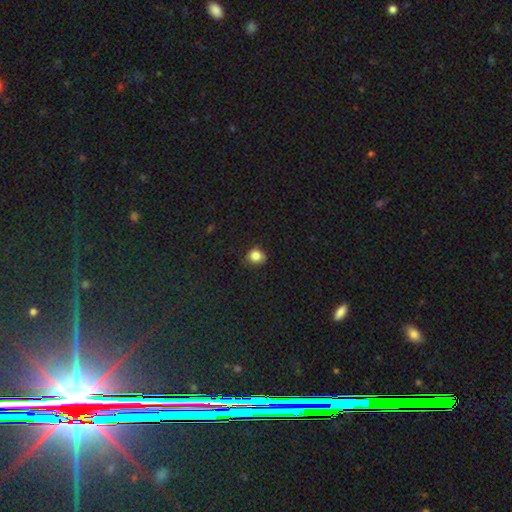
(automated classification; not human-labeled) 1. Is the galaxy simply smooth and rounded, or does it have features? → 84% smooth, 11% star or artifact, 5% featured or disk.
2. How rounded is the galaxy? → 76% round, 23% in between, 1% cigar-shaped.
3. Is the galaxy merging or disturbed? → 71% none, 23% minor disturbance, 5% major disturbance, 1% merger.